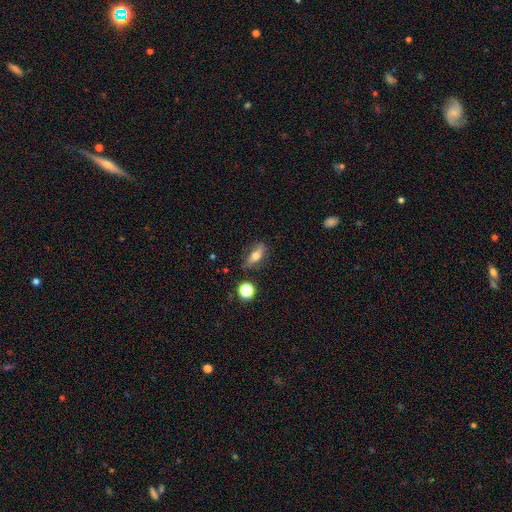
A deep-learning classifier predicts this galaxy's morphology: smooth-or-featured: smooth: 59% | featured or disk: 31% | star or artifact: 11%
  how-rounded: in between: 63% | cigar-shaped: 29% | round: 9%
  merging: none: 73% | minor disturbance: 19% | major disturbance: 5% | merger: 3%